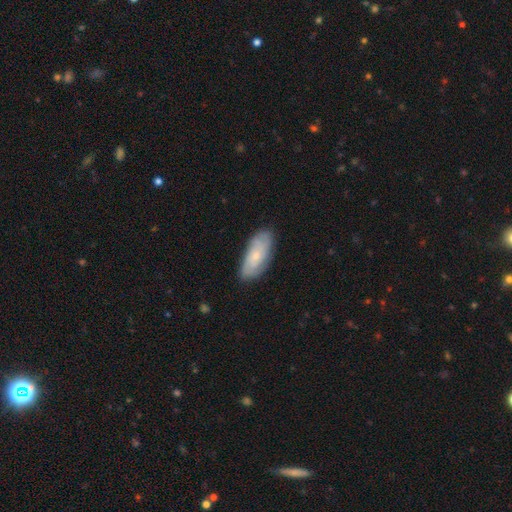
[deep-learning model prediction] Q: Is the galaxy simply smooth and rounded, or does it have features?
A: smooth — 50%.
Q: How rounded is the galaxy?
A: in between — 83%.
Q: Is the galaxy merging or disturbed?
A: none — 79%.